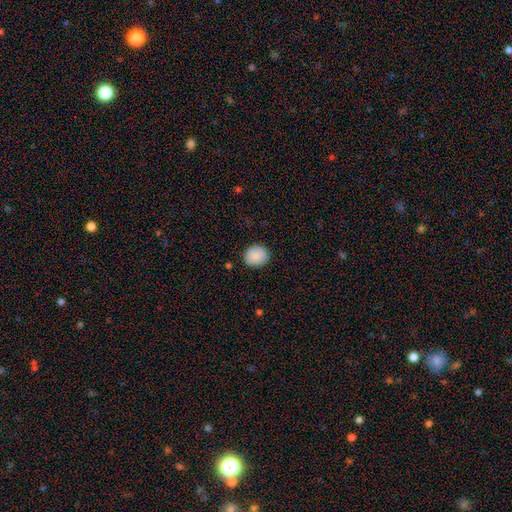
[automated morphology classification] type=smooth (89%); roundness=round (80%); merging=none (88%).